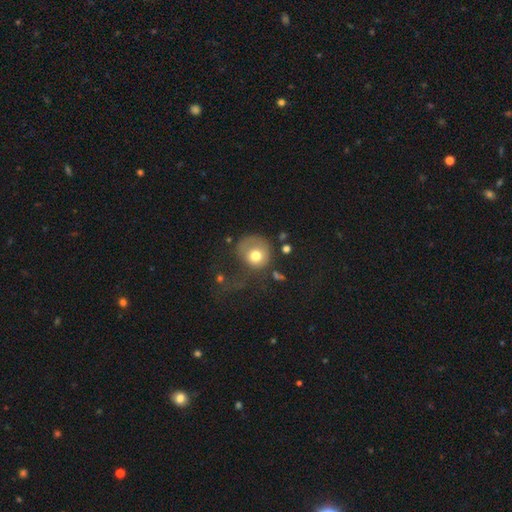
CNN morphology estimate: Q: Smooth or featured?
A: smooth (70%); runner-up: featured or disk (20%)
Q: How rounded?
A: round (82%); runner-up: in between (17%)
Q: Merging?
A: major disturbance (38%); runner-up: none (35%)